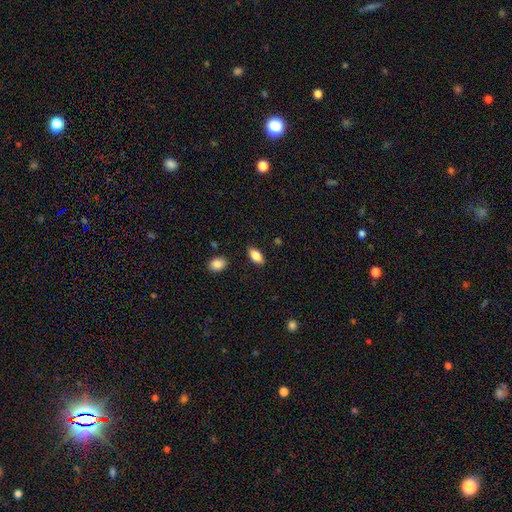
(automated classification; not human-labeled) Smooth or featured: smooth — 84% (featured or disk — 9%)
How rounded: in between — 91% (cigar-shaped — 5%)
Merging: none — 86% (minor disturbance — 10%)